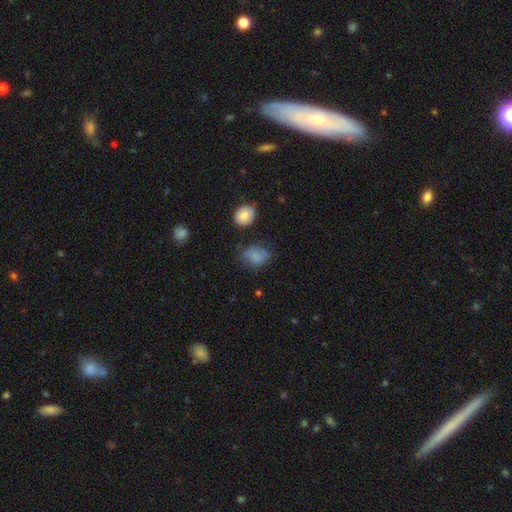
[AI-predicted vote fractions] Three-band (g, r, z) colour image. It shows a smooth galaxy with no disk features (75%) that is in between round and cigar-shaped (65%). Merging: none (58%).